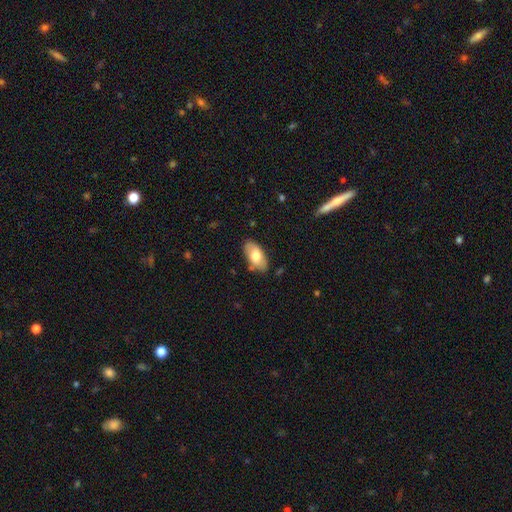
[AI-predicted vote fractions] This appears to be a smooth galaxy with no disk features (68%) that is in between round and cigar-shaped (94%). Merging: none (81%).